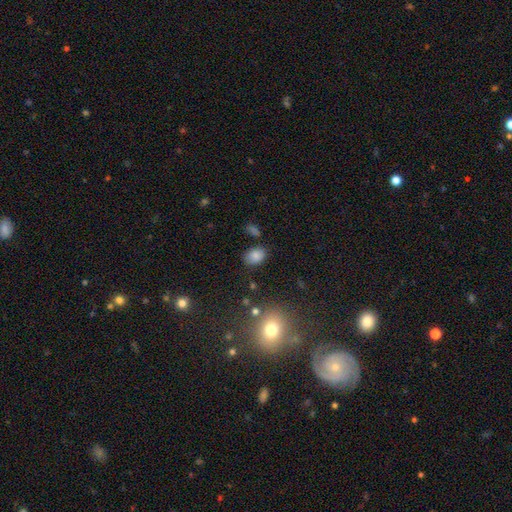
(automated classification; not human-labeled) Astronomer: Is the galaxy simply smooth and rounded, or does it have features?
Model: smooth — 82%.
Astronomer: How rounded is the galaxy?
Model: in between — 79%.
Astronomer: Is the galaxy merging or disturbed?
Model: none — 75%.